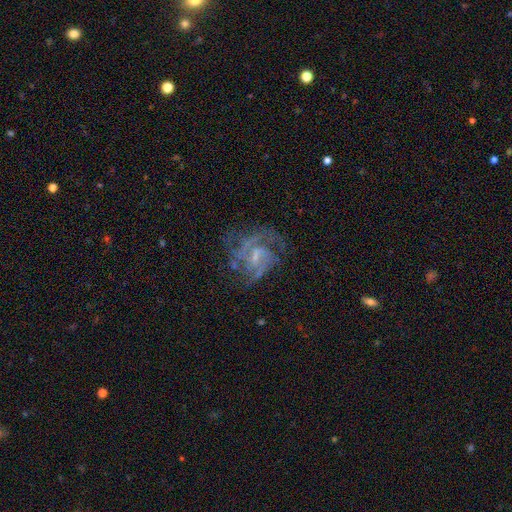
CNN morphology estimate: A featured or disk galaxy (82%) with a weak bar (53%), 2 (31%) medium (49%) spiral arms (91%) and a small central bulge (52%).

Vote fractions:
- Smooth or featured? featured or disk: 82% / smooth: 9% / star or artifact: 9%
- Edge-on disk? no: 98% / yes: 2%
- Bar? weak: 53% / no: 33% / strong: 13%
- Spiral arms? yes: 91% / no: 9%
- Spiral winding? medium: 49% / tight: 33% / loose: 17%
- Spiral arm count? 2: 31% / 3: 28% / can't tell: 23% / 4: 8% / 1: 5% / more than 4: 5%
- Bulge size? small: 52% / moderate: 24% / none: 21% / large: 2% / dominant: 1%
- Merging? none: 57% / major disturbance: 22% / minor disturbance: 19% / merger: 3%